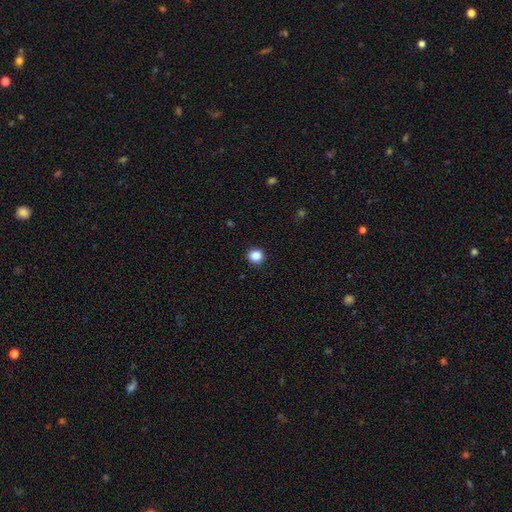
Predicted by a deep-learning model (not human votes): smooth_or_featured: smooth (p=0.86) [alt: star or artifact p=0.11]
how_rounded: round (p=0.92) [alt: in between p=0.07]
merging: none (p=0.92) [alt: minor disturbance p=0.05]